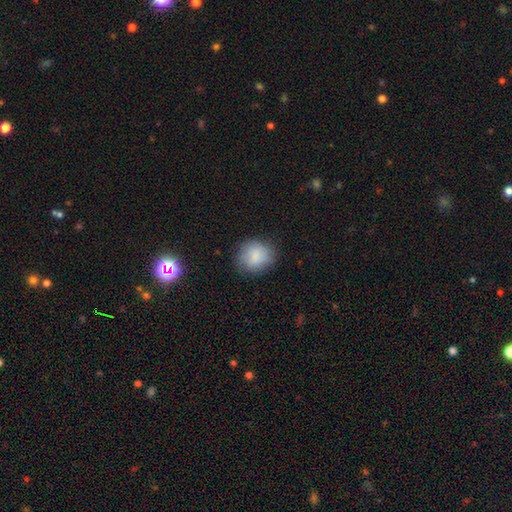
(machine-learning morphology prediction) Smooth or featured? smooth (84%)
How rounded? round (78%)
Merging? none (78%)